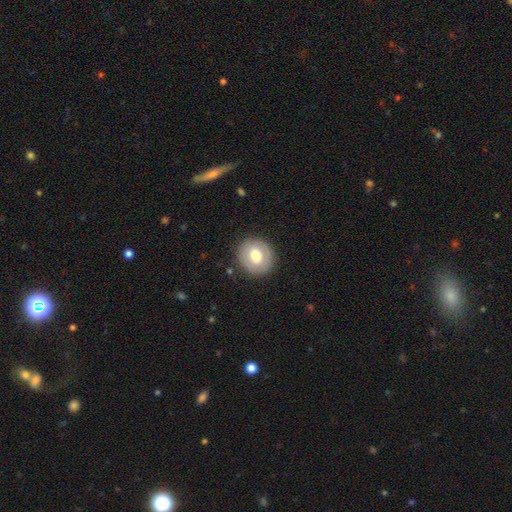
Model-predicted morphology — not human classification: This is likely a smooth galaxy (61%). How rounded: likely round (77%). Merging: clearly none (85%).